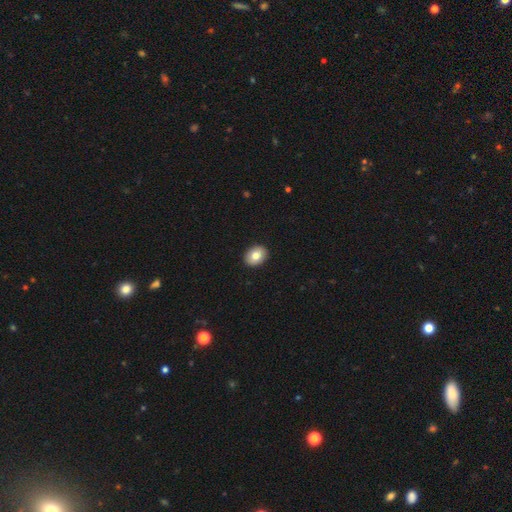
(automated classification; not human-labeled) The model was most divided on "how rounded": in between: 63%, round: 36%, cigar-shaped: 1%. More confident: merging — none (92%); smooth or featured — smooth (80%).